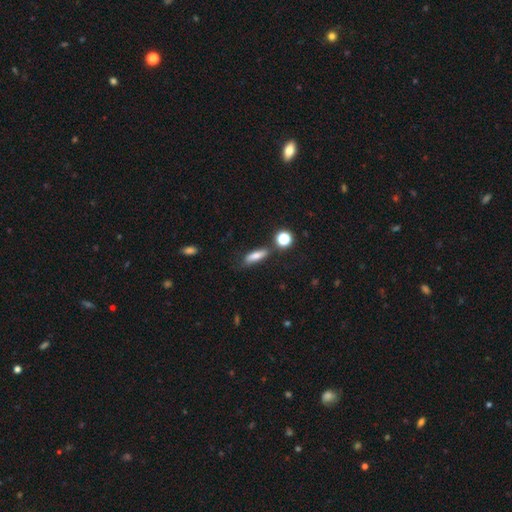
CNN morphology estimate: Smooth or featured? smooth (73%)
How rounded? cigar-shaped (48%)
Merging? none (71%)